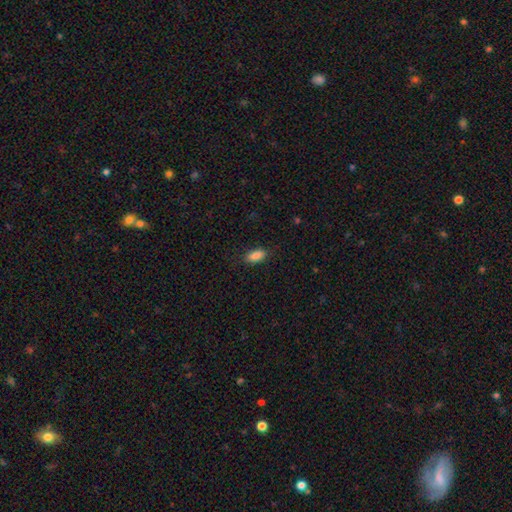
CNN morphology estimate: Smooth or featured: smooth — 87% (star or artifact — 8%)
How rounded: in between — 87% (cigar-shaped — 10%)
Merging: none — 85% (minor disturbance — 11%)